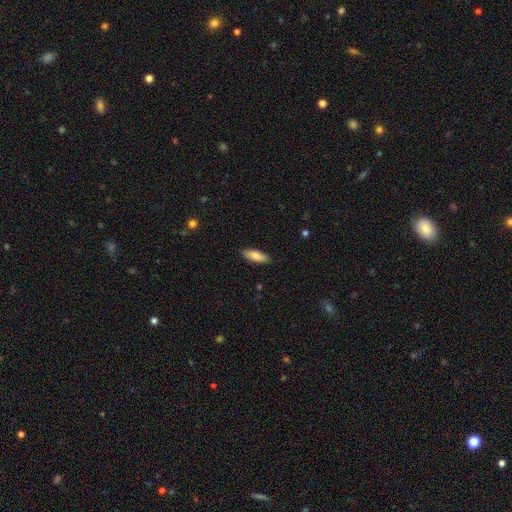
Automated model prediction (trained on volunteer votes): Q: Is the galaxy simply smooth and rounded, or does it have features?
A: smooth — 81%.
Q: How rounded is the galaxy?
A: in between — 61%.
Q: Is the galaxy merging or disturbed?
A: none — 88%.